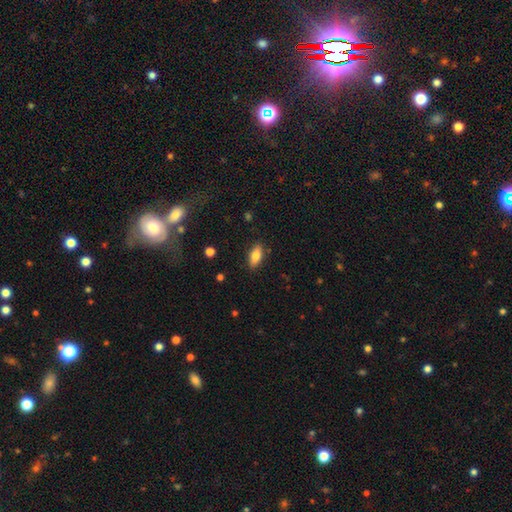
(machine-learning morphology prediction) Overall: smooth (78%). How rounded: in between (82%). Merging: none (86%).